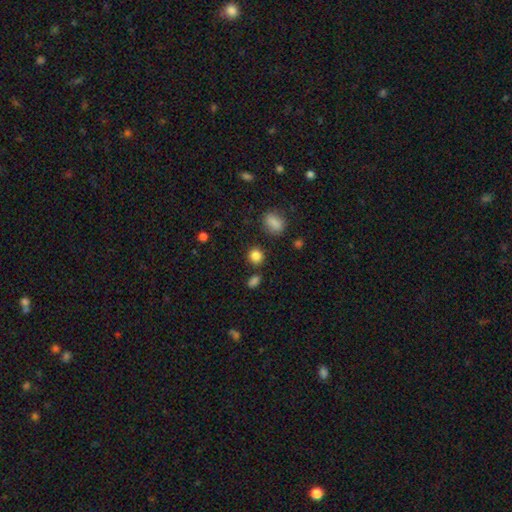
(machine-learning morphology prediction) The model was most divided on "how rounded": round: 80%, in between: 19%, cigar-shaped: 1%. More confident: smooth or featured — smooth (84%); merging — none (81%).